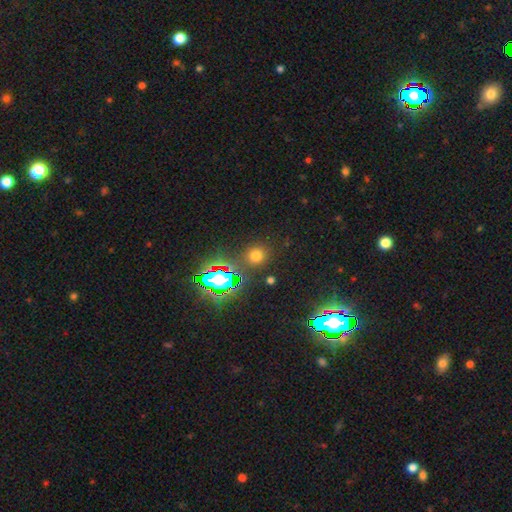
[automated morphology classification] Smooth or featured?
  - smooth: 61% *
  - star or artifact: 32%
  - featured or disk: 7%
How rounded?
  - round: 87% *
  - in between: 12%
  - cigar-shaped: 1%
Merging?
  - none: 85% *
  - minor disturbance: 7%
  - merger: 4%
  - major disturbance: 3%